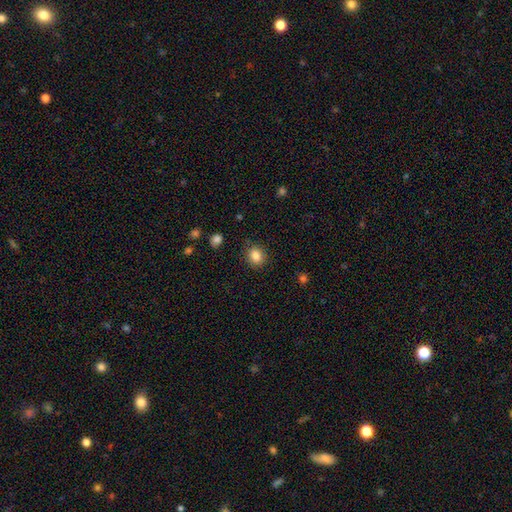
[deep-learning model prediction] This is clearly a smooth galaxy (85%). How rounded: likely round (65%). Merging: clearly none (87%).